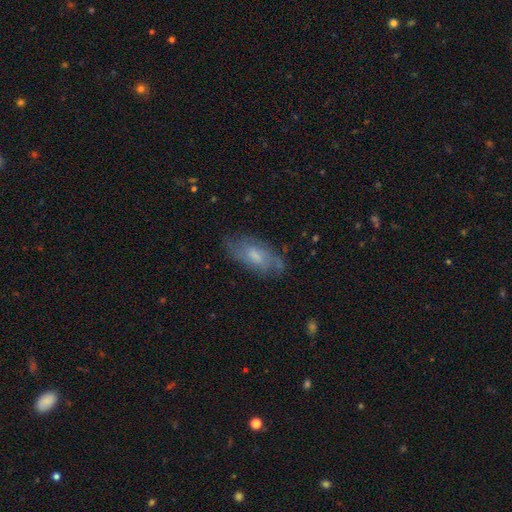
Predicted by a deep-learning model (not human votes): Overall: featured or disk (55%; smooth 38%). Edge-on disk: no (88%). Merging: none (70%).